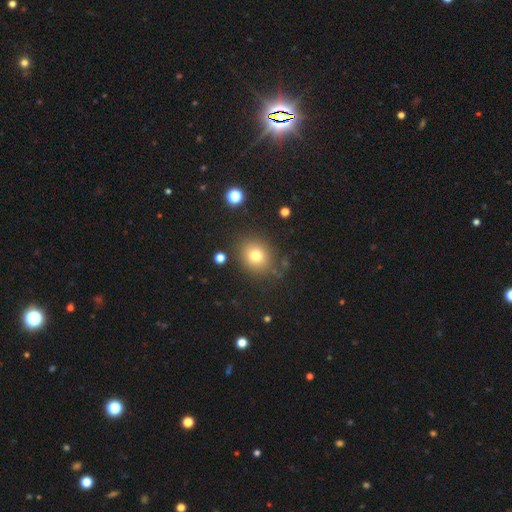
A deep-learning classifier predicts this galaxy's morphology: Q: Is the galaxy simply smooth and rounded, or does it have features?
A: smooth — 75%.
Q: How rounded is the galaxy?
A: round — 70%.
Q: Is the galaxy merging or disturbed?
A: none — 82%.